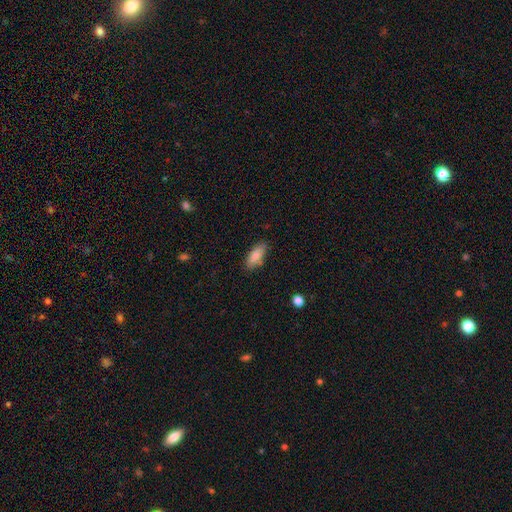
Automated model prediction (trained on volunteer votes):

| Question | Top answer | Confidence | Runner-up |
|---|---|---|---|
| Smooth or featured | smooth | 83% | featured or disk (10%) |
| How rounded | in between | 79% | cigar-shaped (19%) |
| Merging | none | 80% | minor disturbance (15%) |